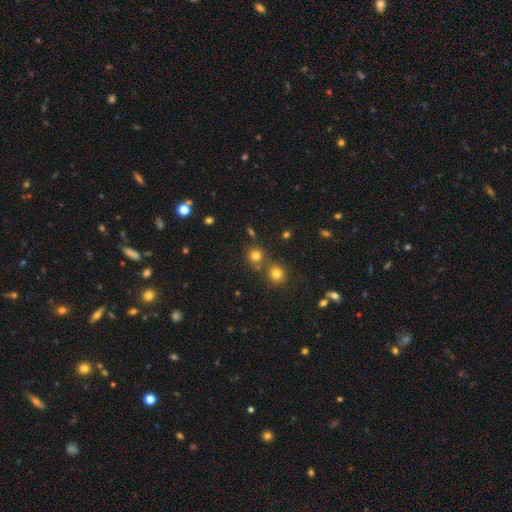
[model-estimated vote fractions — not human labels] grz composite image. It shows a smooth galaxy with no disk features (76%) that is round (90%). Merging: none (71%).